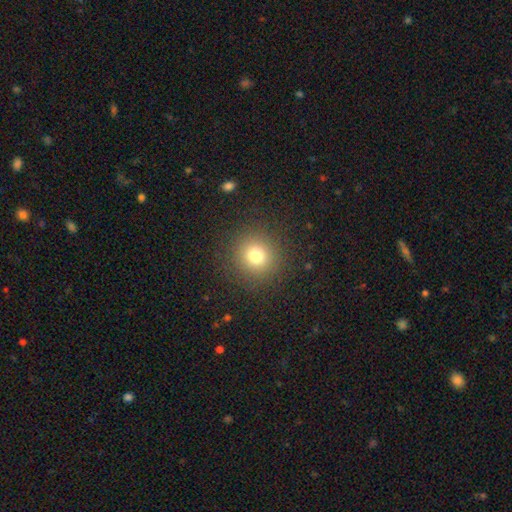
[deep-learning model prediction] Smooth or featured? Predicted: smooth (p=0.75). How rounded? Predicted: round (p=0.92). Merging? Predicted: none (p=0.89).